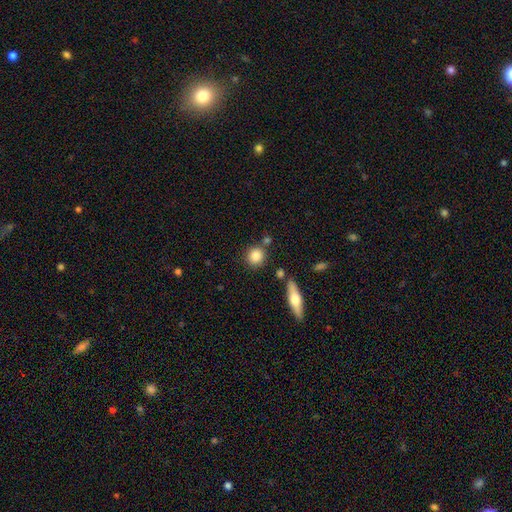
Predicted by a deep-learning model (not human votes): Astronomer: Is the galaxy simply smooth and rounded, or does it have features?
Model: smooth — 85%.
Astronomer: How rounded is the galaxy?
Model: round — 86%.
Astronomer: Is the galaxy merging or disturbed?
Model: none — 77%.